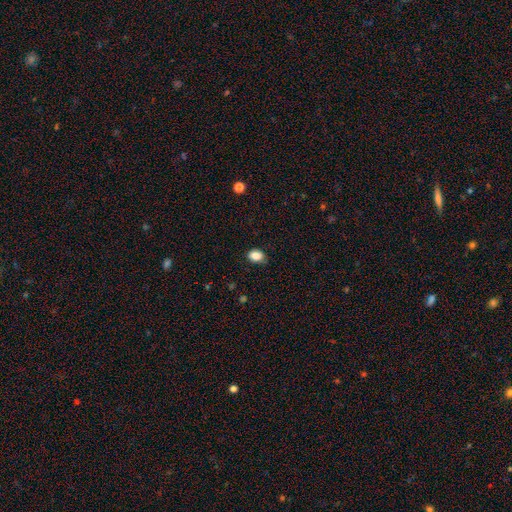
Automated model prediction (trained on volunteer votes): smooth-or-featured: smooth: 86% | star or artifact: 9% | featured or disk: 4%
  how-rounded: in between: 69% | round: 30% | cigar-shaped: 1%
  merging: none: 79% | minor disturbance: 17% | major disturbance: 3% | merger: 1%